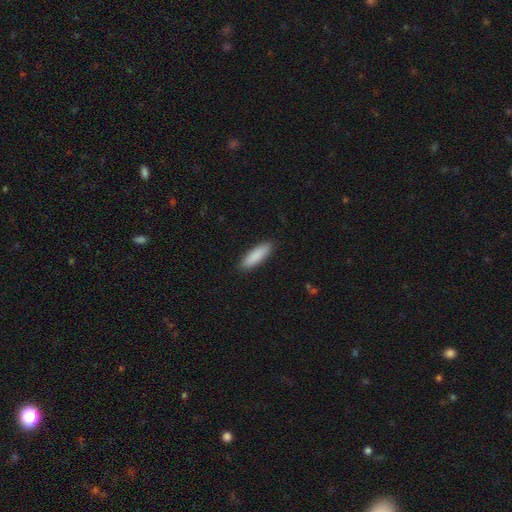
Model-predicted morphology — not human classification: A smooth galaxy with no disk features (89%) that is cigar-shaped (53%). Merging: none (89%).